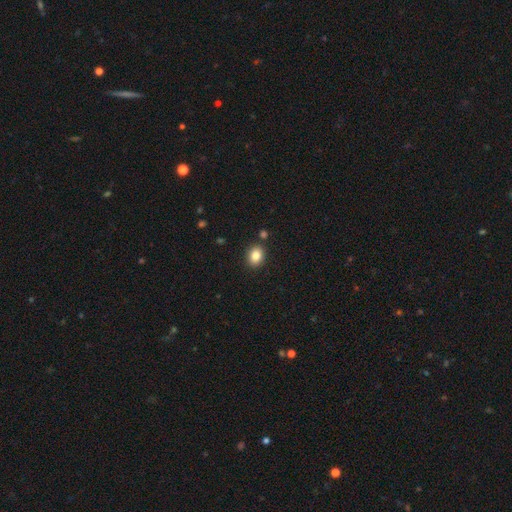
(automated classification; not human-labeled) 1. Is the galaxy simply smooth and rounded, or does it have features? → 83% smooth, 10% star or artifact, 7% featured or disk.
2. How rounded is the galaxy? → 53% in between, 46% round, 1% cigar-shaped.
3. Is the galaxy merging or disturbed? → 86% none, 8% minor disturbance, 4% merger, 2% major disturbance.